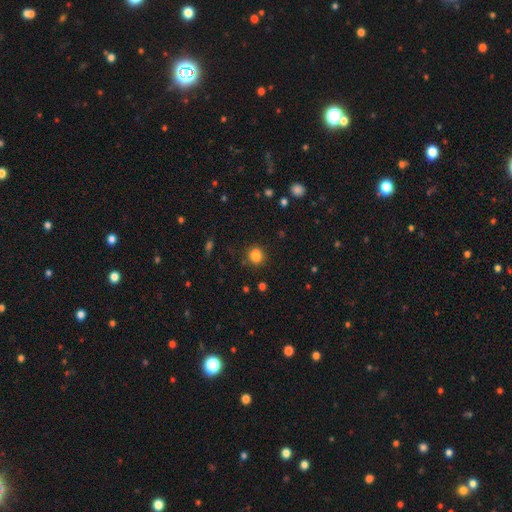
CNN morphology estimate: smooth_or_featured: smooth (p=0.84) [alt: star or artifact p=0.12]
how_rounded: round (p=0.81) [alt: in between p=0.18]
merging: none (p=0.86) [alt: minor disturbance p=0.09]